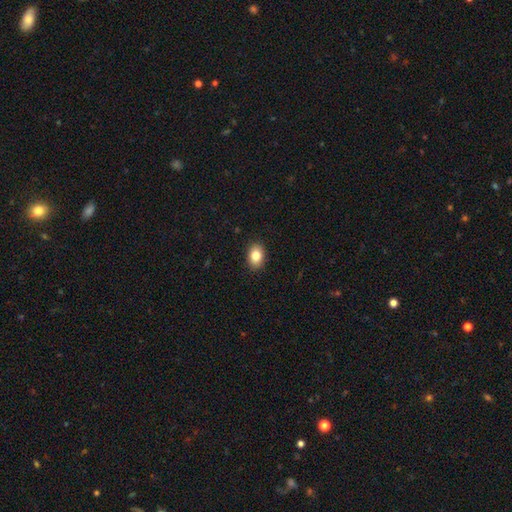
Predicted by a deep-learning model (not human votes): A smooth galaxy with no disk features (84%) that is in between round and cigar-shaped (80%). Merging: none (90%).